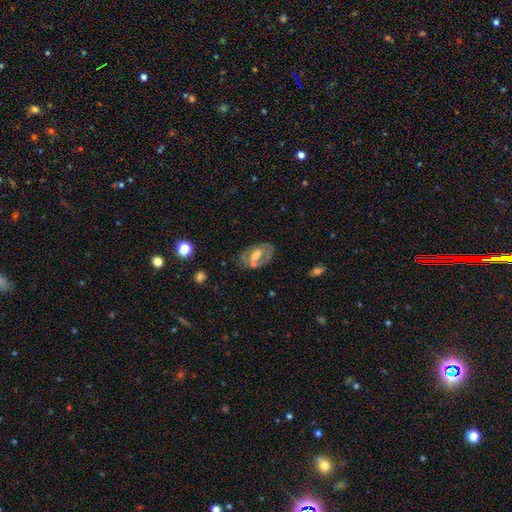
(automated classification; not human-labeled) The model was most divided on "bar": no: 54%, weak: 32%, strong: 15%. More confident: edge-on disk — no (93%); spiral arms — no (67%); smooth or featured — featured or disk (61%); merging — none (59%); bulge size — moderate (52%).